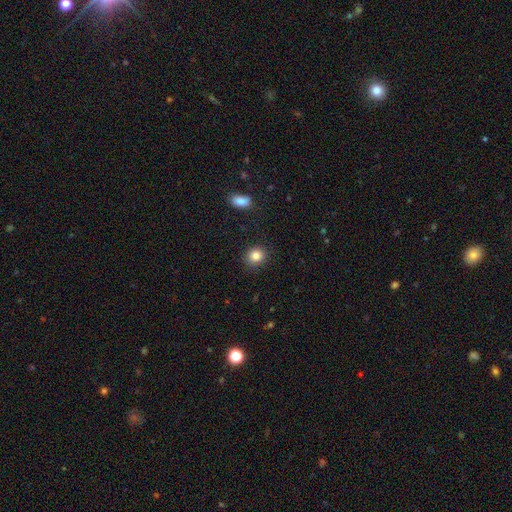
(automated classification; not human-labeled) Overall: smooth (85%). How rounded: round (76%). Merging: none (89%).